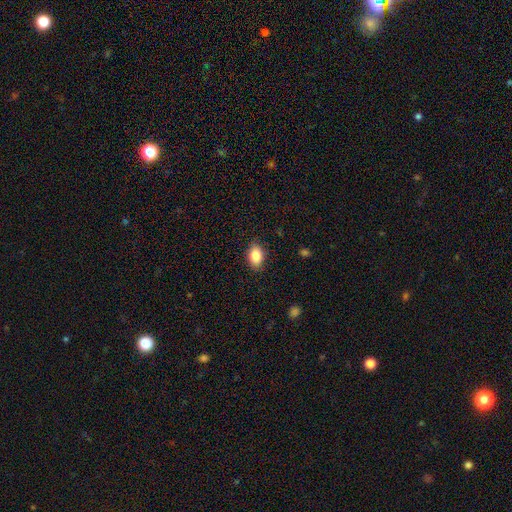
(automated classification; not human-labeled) smooth-or-featured: smooth: 87% | star or artifact: 8% | featured or disk: 5%
  how-rounded: in between: 88% | round: 11% | cigar-shaped: 2%
  merging: none: 86% | minor disturbance: 10% | major disturbance: 3% | merger: 1%